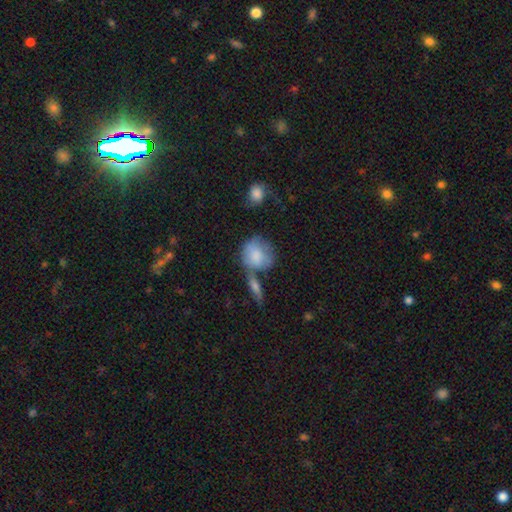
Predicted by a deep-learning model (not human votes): Q: Smooth or featured?
A: smooth (74%); runner-up: featured or disk (19%)
Q: How rounded?
A: round (67%); runner-up: in between (31%)
Q: Merging?
A: none (38%); runner-up: merger (30%)